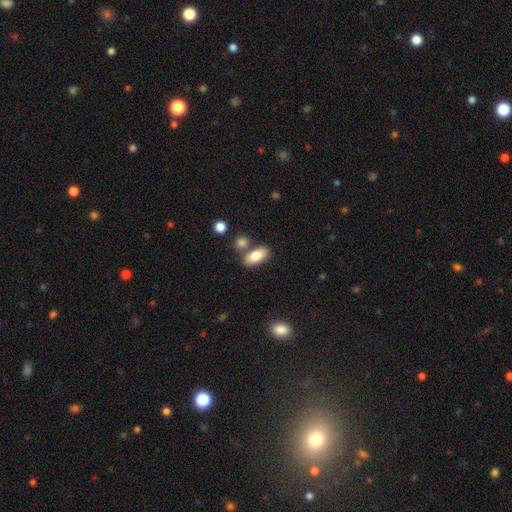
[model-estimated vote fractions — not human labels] This is clearly a smooth galaxy (84%). How rounded: clearly in between (88%). Merging: likely none (67%).